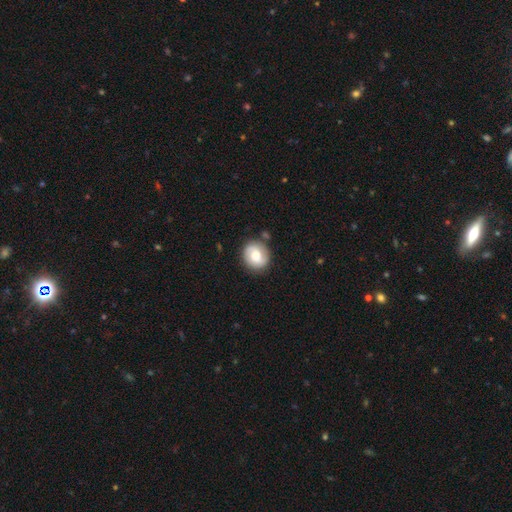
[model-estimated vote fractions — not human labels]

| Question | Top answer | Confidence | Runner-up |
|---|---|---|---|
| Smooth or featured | smooth | 54% | featured or disk (39%) |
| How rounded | round | 75% | in between (24%) |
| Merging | none | 78% | minor disturbance (15%) |